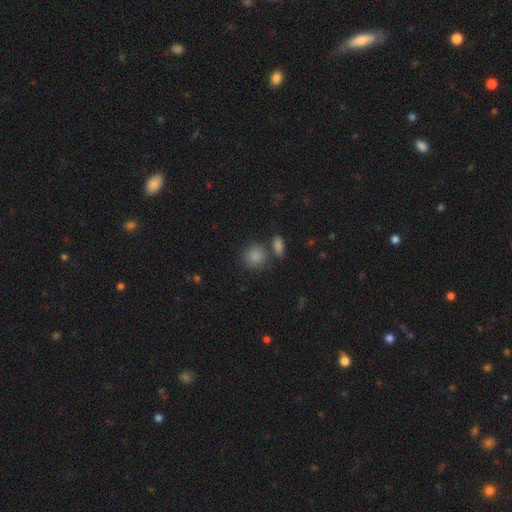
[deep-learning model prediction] Overall: smooth (78%). How rounded: round (84%). Merging: none (68%).